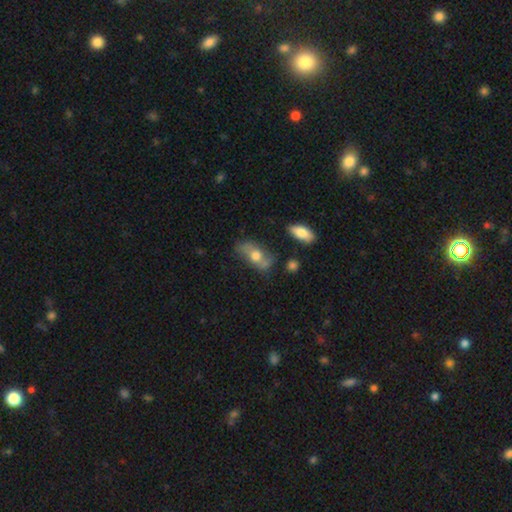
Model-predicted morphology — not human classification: This is possibly a featured or disk galaxy (49%). Merging: likely none (64%).